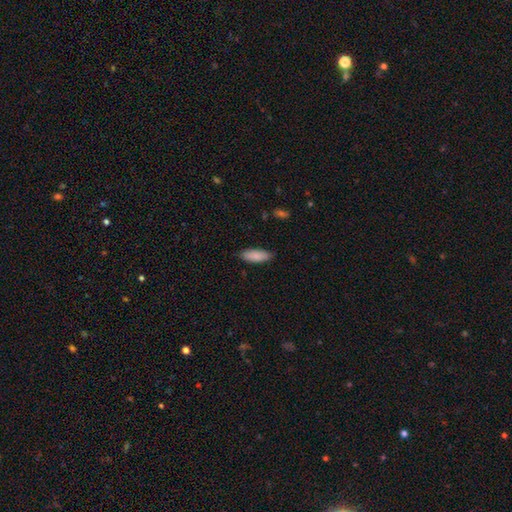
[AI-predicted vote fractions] Smooth or featured: smooth — 86% (featured or disk — 8%)
How rounded: in between — 66% (cigar-shaped — 32%)
Merging: none — 86% (minor disturbance — 11%)